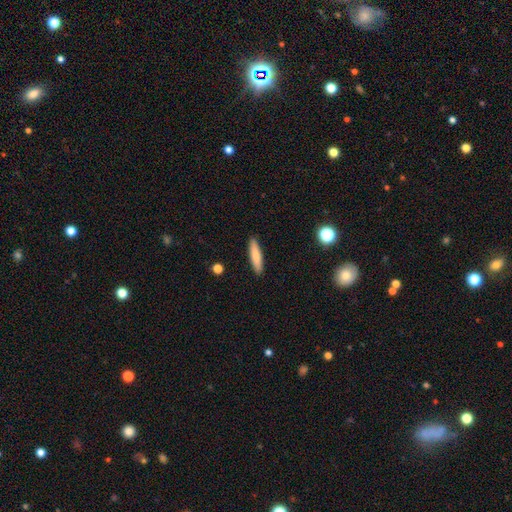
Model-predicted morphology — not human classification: A smooth galaxy with no disk features (78%) that is cigar-shaped (82%).

Vote fractions:
- Smooth or featured? smooth: 78% / featured or disk: 16% / star or artifact: 6%
- How rounded? cigar-shaped: 82% / in between: 17% / round: 1%
- Merging? none: 91% / minor disturbance: 7% / major disturbance: 1% / merger: 1%